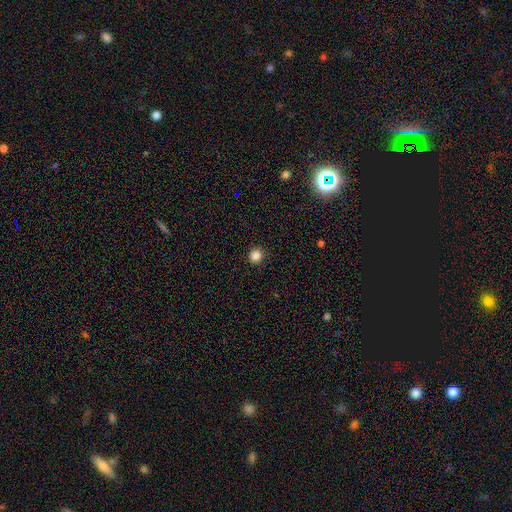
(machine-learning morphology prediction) The model was most divided on "smooth or featured": smooth: 85%, star or artifact: 12%, featured or disk: 4%. More confident: merging — none (92%); how rounded — round (89%).